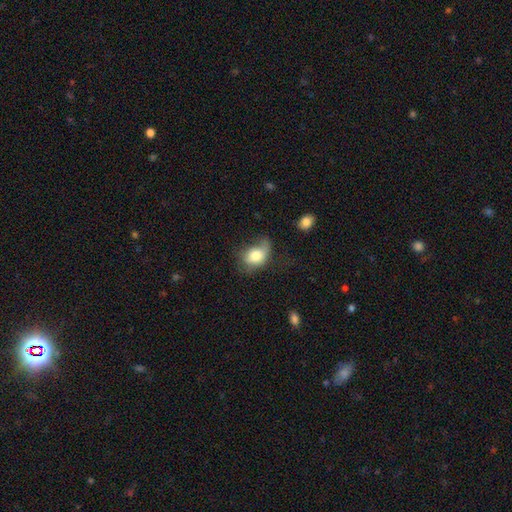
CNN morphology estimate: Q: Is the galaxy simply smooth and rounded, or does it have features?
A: smooth — 72%.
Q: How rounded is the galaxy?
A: in between — 71%.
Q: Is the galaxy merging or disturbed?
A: minor disturbance — 33%, tied with none.